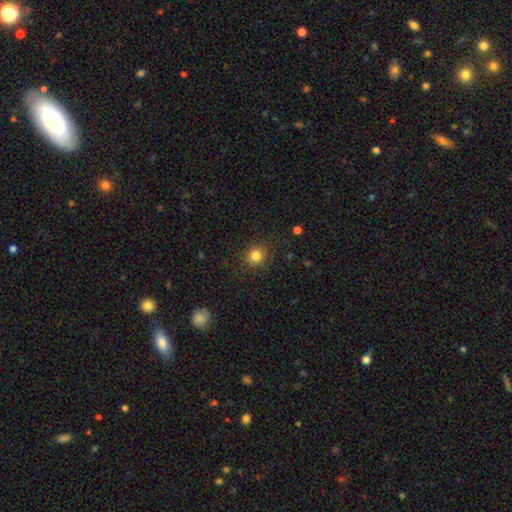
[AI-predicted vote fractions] A smooth galaxy with no disk features (83%) that is round (86%). Merging: none (88%).